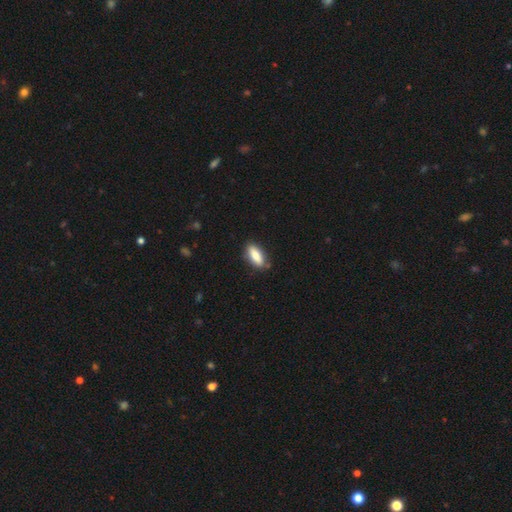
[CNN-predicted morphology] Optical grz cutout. It shows a smooth galaxy with no disk features (81%) that is in between round and cigar-shaped (74%). Merging: none (83%).